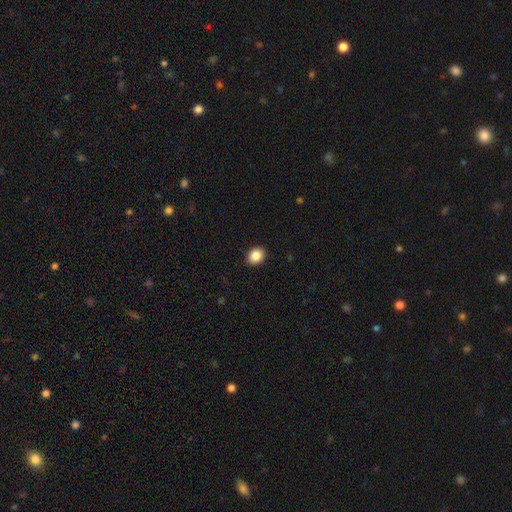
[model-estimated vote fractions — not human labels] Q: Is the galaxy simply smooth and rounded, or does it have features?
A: smooth — 88%.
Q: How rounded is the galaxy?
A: round — 55%.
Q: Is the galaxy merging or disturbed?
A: none — 91%.